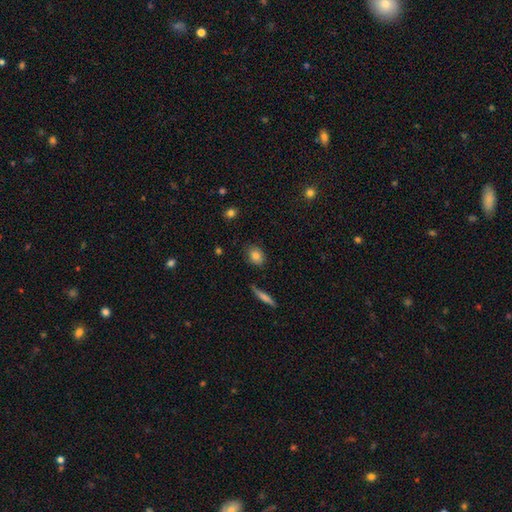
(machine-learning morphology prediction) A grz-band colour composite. It shows a smooth galaxy with no disk features (82%) that is in between round and cigar-shaped (55%). Merging: none (81%).